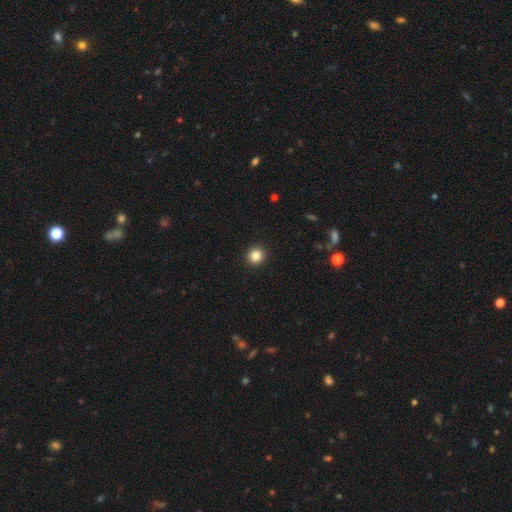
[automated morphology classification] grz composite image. It shows a smooth galaxy with no disk features (86%) that is round (93%). Merging: none (93%).